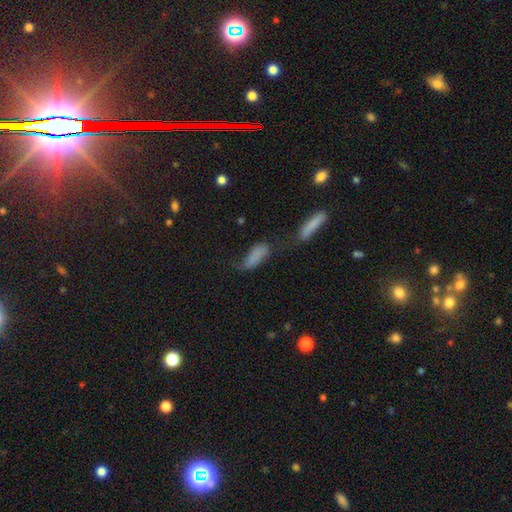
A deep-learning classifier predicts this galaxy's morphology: smooth 75%, featured or disk 14%, star or artifact 11%. Down the decision tree: how rounded — in between (63%); merging — none (36%).